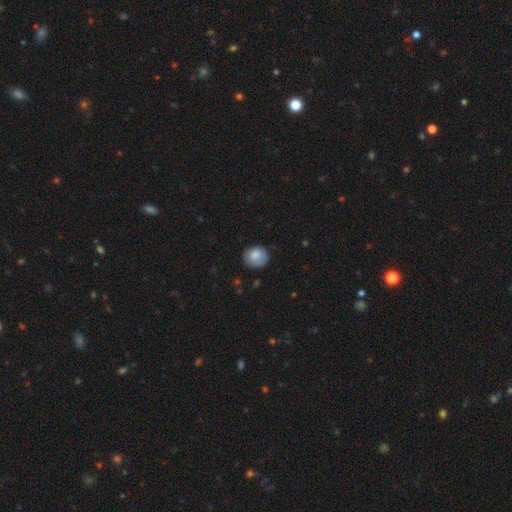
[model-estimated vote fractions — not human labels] Morphology: type=smooth (83%); roundness=round (74%); merging=none (74%).